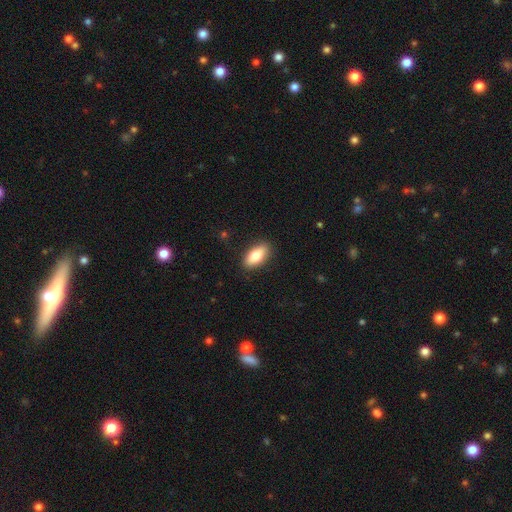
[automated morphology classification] A smooth galaxy with no disk features (78%) that is in between round and cigar-shaped (85%). Merging: none (88%).